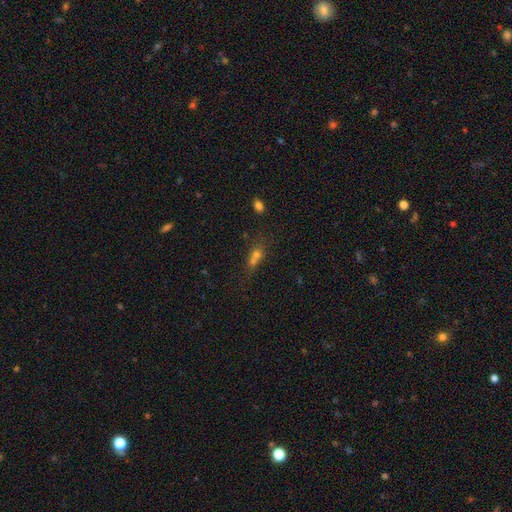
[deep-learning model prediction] Smooth or featured: smooth — 56% (star or artifact — 24%)
How rounded: round — 41% (tied with in between — 41%)
Merging: merger — 46% (none — 35%)